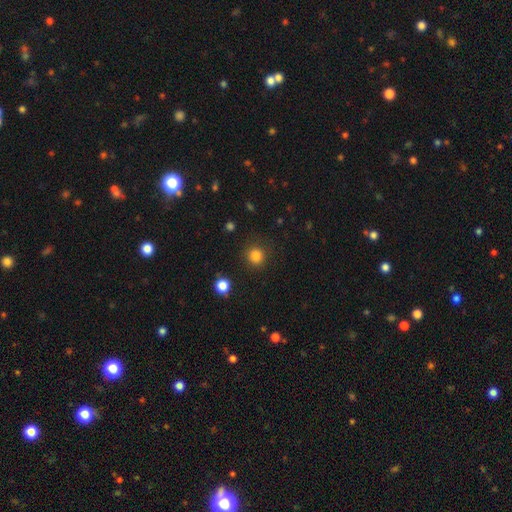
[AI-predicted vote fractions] The model was most divided on "smooth or featured": smooth: 83%, star or artifact: 13%, featured or disk: 4%. More confident: how rounded — round (92%); merging — none (88%).